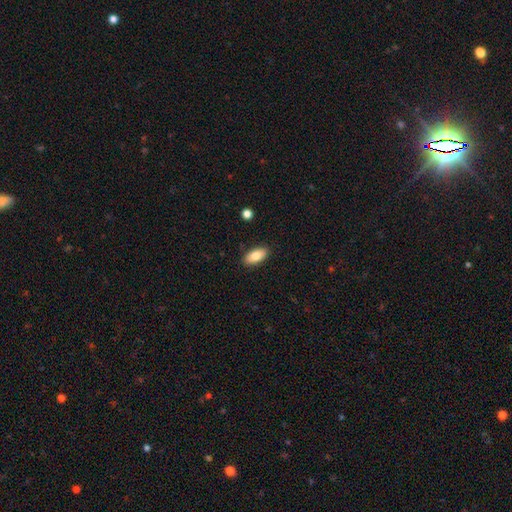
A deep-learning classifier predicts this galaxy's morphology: smooth_or_featured: smooth (p=0.84) [alt: featured or disk p=0.09]
how_rounded: in between (p=0.90) [alt: cigar-shaped p=0.07]
merging: none (p=0.88) [alt: minor disturbance p=0.08]